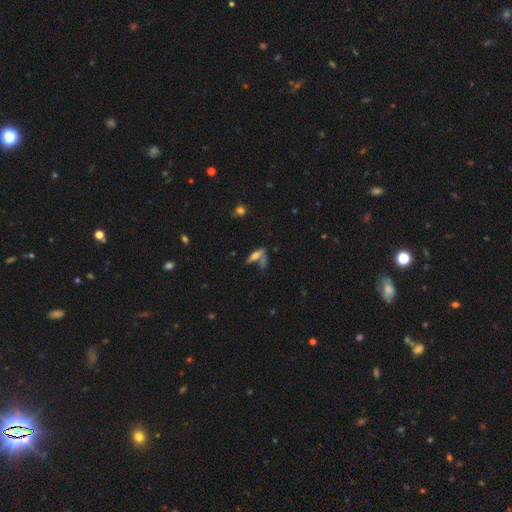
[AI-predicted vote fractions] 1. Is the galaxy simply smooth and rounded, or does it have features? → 54% smooth, 33% featured or disk, 13% star or artifact.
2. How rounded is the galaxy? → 57% cigar-shaped, 38% in between, 5% round.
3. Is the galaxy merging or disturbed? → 47% none, 29% merger, 14% minor disturbance, 10% major disturbance.